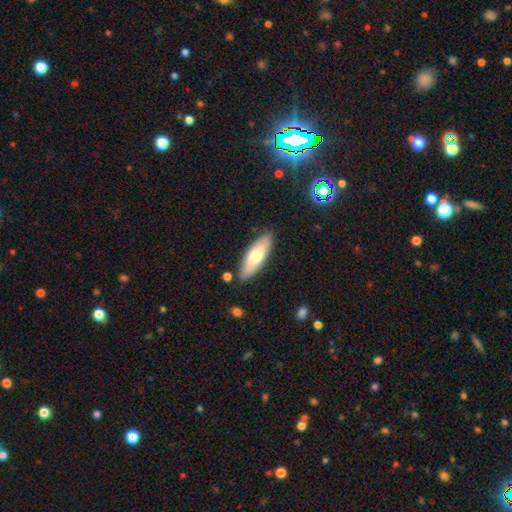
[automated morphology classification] This is likely a smooth galaxy (67%). How rounded: possibly in between (56%). Merging: clearly none (86%).